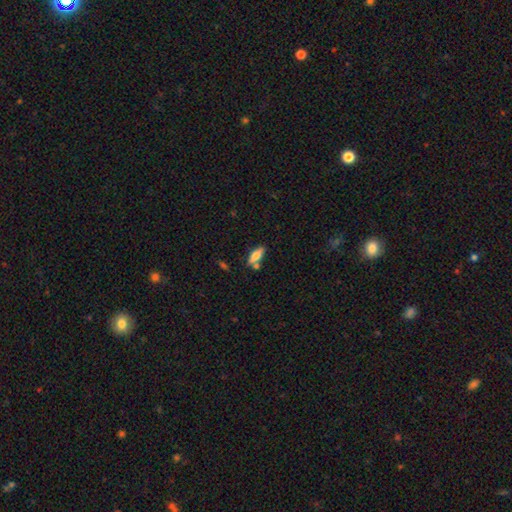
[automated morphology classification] smooth 73%, featured or disk 20%, star or artifact 7%. Down the decision tree: how rounded — in between (65%); merging — none (65%).